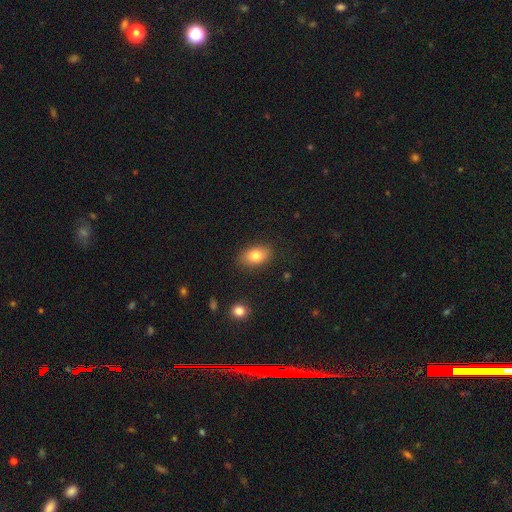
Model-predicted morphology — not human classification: A smooth galaxy with no disk features (80%) that is in between round and cigar-shaped (86%). Merging: none (85%).